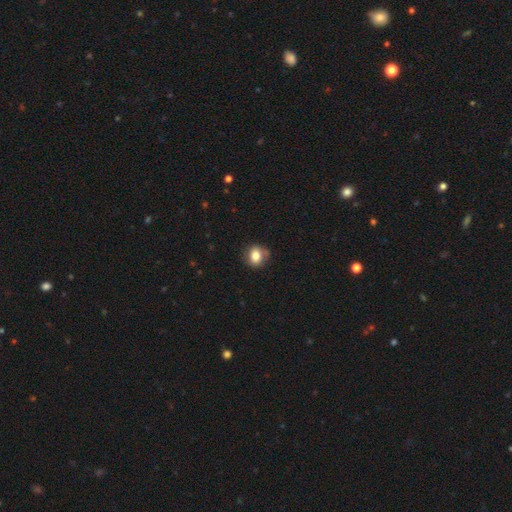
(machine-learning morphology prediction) smooth_or_featured: smooth (p=0.81) [alt: featured or disk p=0.10]
how_rounded: round (p=0.62) [alt: in between p=0.37]
merging: none (p=0.75) [alt: minor disturbance p=0.18]